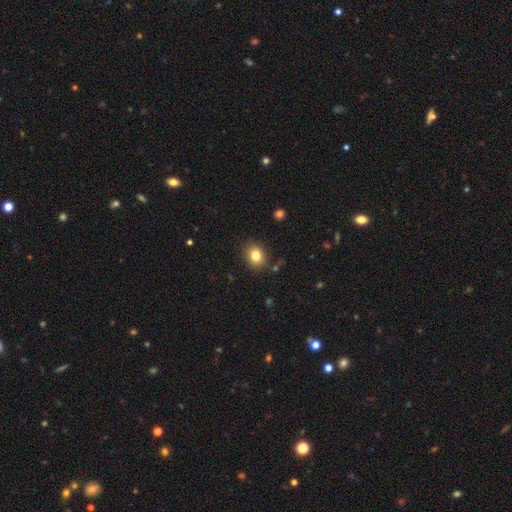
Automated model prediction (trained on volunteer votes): Smooth or featured? Predicted: smooth (p=0.81). How rounded? Predicted: round (p=0.55). Merging? Predicted: none (p=0.86).